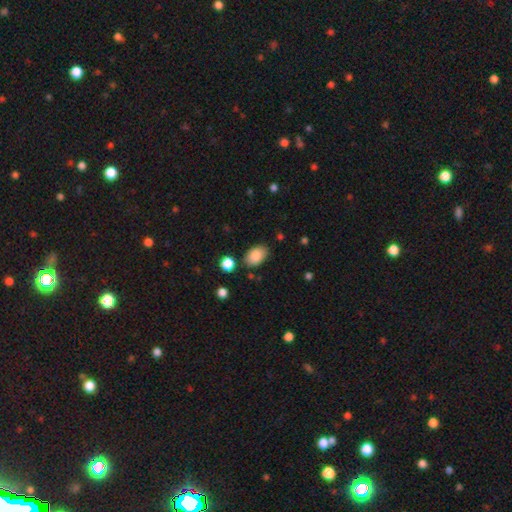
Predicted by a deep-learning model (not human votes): Morphology: type=smooth (87%); roundness=in between (89%); merging=none (81%).